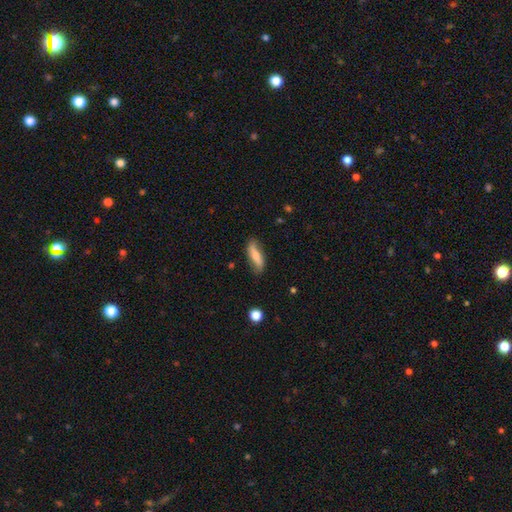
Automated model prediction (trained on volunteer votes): Smooth or featured: smooth — 67% (featured or disk — 27%)
How rounded: cigar-shaped — 51% (in between — 46%)
Merging: none — 73% (minor disturbance — 20%)